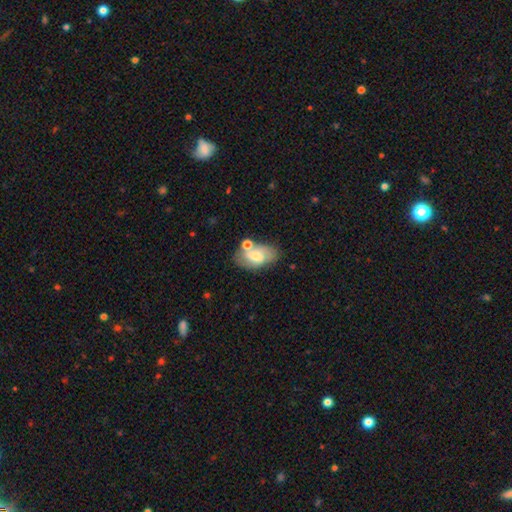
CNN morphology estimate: Overall: smooth (54%; featured or disk 38%). How rounded: in between (90%). Merging: none (53%; minor disturbance 20%).